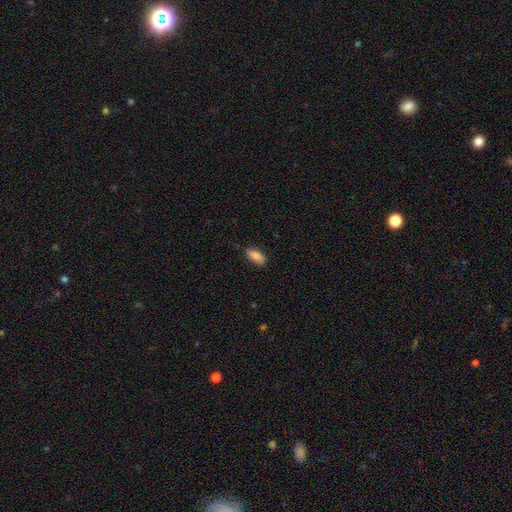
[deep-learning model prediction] smooth-or-featured: smooth: 79% | featured or disk: 14% | star or artifact: 7%
  how-rounded: in between: 82% | cigar-shaped: 15% | round: 3%
  merging: none: 83% | minor disturbance: 14% | major disturbance: 2% | merger: 1%